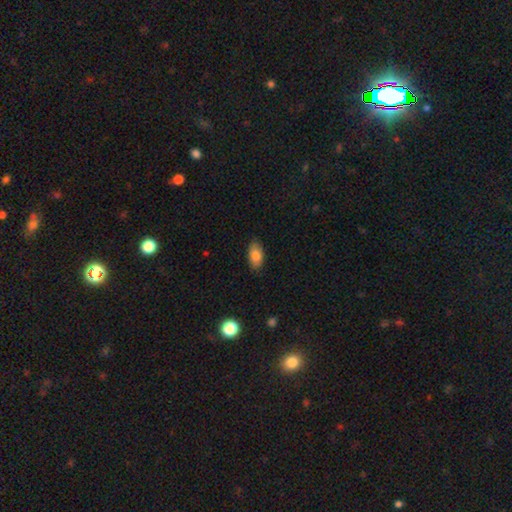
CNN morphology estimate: A smooth galaxy with no disk features (83%) that is in between round and cigar-shaped (92%).

Vote fractions:
- Smooth or featured? smooth: 83% / featured or disk: 9% / star or artifact: 7%
- How rounded? in between: 92% / round: 4% / cigar-shaped: 3%
- Merging? none: 84% / minor disturbance: 13% / major disturbance: 2% / merger: 1%